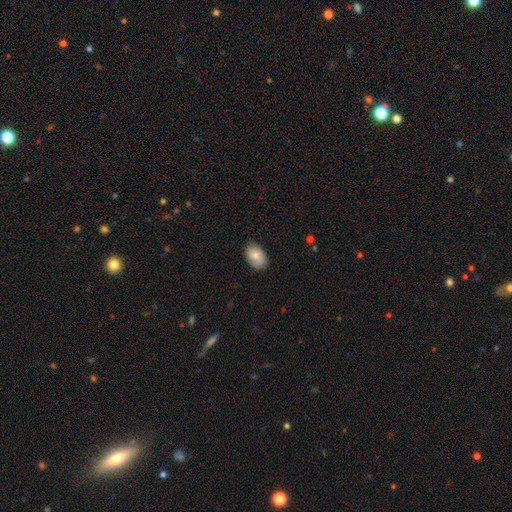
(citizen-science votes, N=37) Smooth or featured? smooth (89%)
How rounded? in between (91%)
Merging? none (84%)